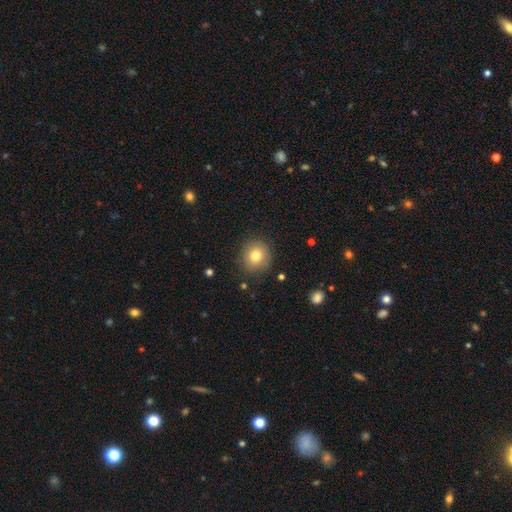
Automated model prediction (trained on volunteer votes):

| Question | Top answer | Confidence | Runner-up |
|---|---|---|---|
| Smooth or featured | smooth | 79% | star or artifact (10%) |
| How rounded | round | 86% | in between (13%) |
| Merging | none | 87% | minor disturbance (9%) |